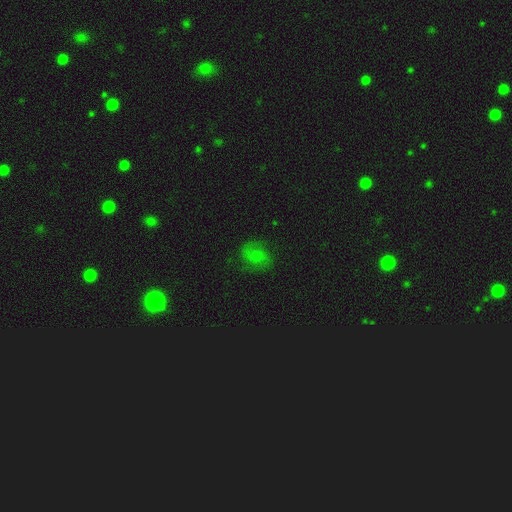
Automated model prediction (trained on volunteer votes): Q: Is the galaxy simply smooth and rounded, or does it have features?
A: smooth — 44%.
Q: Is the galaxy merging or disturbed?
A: none — 69%.